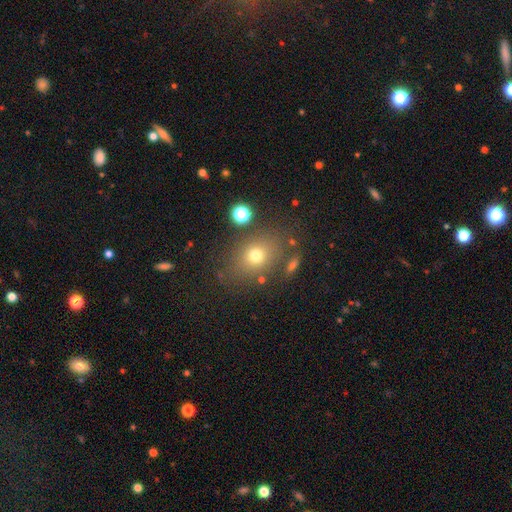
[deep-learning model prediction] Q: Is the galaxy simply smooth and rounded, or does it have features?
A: smooth — 70%.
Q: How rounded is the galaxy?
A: in between — 55%.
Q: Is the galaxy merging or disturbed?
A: none — 74%.